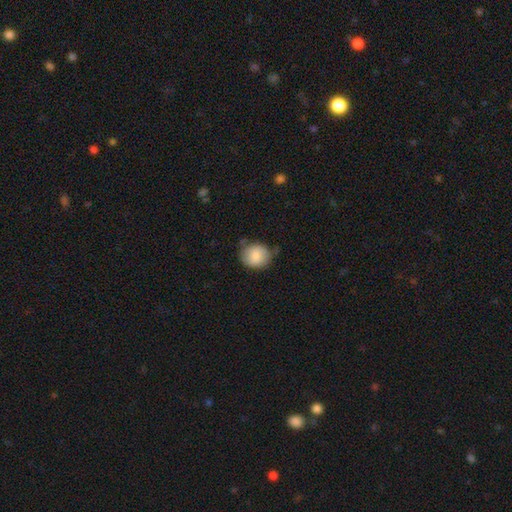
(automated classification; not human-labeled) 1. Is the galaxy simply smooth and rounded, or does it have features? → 83% smooth, 10% featured or disk, 7% star or artifact.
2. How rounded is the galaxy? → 80% round, 19% in between, 1% cigar-shaped.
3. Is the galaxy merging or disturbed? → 68% none, 24% minor disturbance, 5% major disturbance, 3% merger.